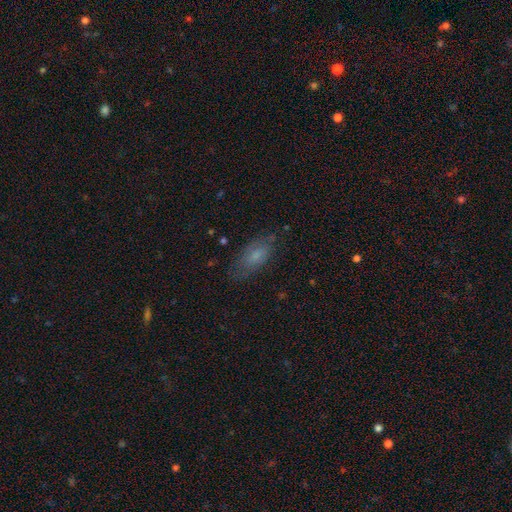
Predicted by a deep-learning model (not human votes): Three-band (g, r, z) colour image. It shows a smooth galaxy with no disk features (65%) that is in between round and cigar-shaped (83%). Merging: none (70%).